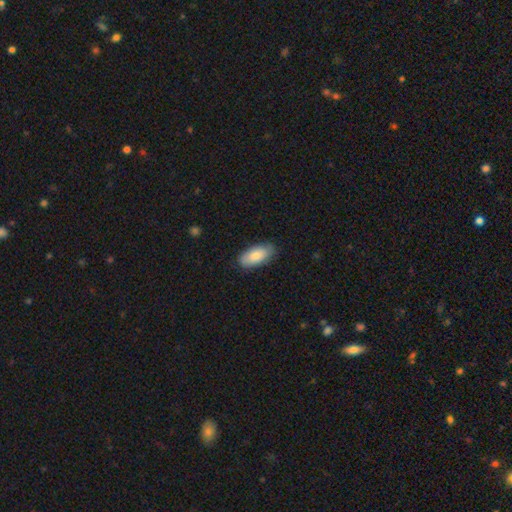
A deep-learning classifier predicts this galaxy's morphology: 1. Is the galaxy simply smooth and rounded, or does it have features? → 82% smooth, 13% featured or disk, 6% star or artifact.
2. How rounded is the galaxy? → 91% in between, 7% cigar-shaped, 2% round.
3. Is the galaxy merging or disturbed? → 84% none, 13% minor disturbance, 2% major disturbance, 1% merger.